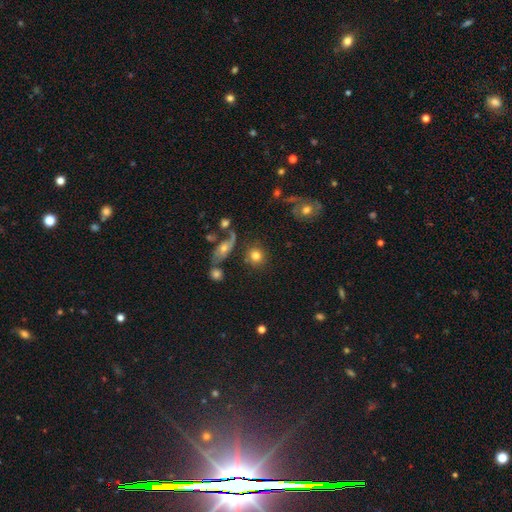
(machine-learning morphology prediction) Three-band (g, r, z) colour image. It shows a smooth galaxy with no disk features (77%) that is round (87%). Merging: none (73%).